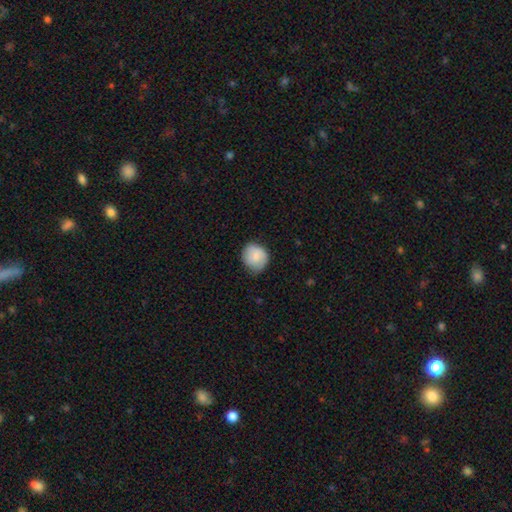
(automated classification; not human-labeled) A smooth galaxy with no disk features (80%) that is round (79%).

Vote fractions:
- Smooth or featured? smooth: 80% / featured or disk: 13% / star or artifact: 7%
- How rounded? round: 79% / in between: 20% / cigar-shaped: 1%
- Merging? none: 67% / minor disturbance: 27% / major disturbance: 5% / merger: 1%